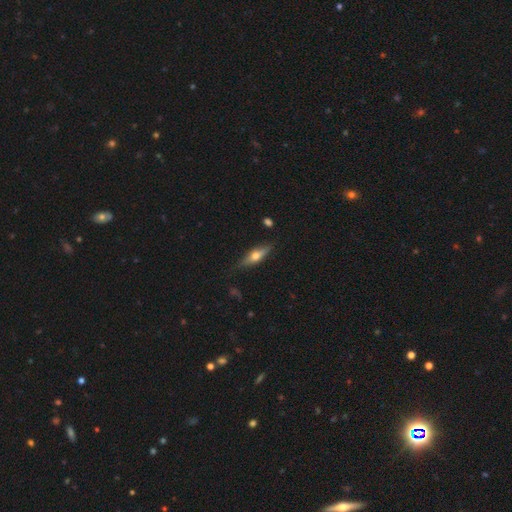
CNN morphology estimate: A featured or disk galaxy (57%) viewed edge-on (93%) with a rounded central bulge (93%). Merging: none (82%).